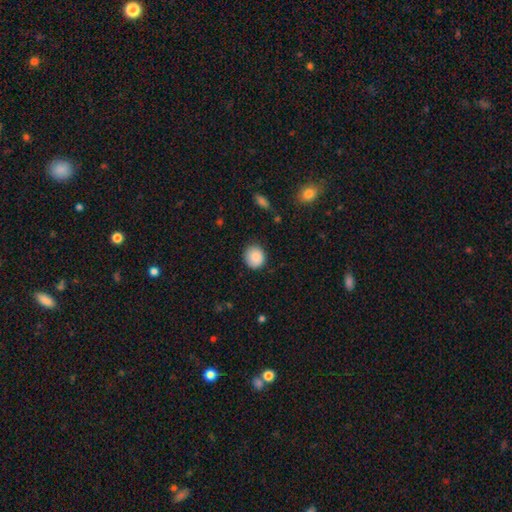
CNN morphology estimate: Smooth or featured: smooth — 87% (star or artifact — 8%)
How rounded: round — 89% (in between — 10%)
Merging: none — 87% (minor disturbance — 10%)